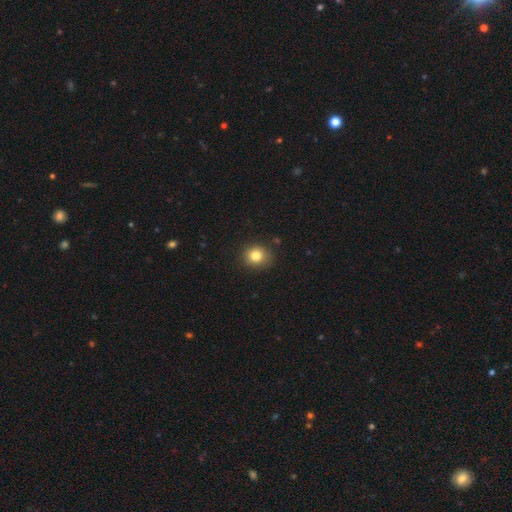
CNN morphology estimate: A smooth galaxy with no disk features (82%) that is round (84%).

Vote fractions:
- Smooth or featured? smooth: 82% / star or artifact: 11% / featured or disk: 7%
- How rounded? round: 84% / in between: 15% / cigar-shaped: 1%
- Merging? none: 87% / minor disturbance: 9% / major disturbance: 2% / merger: 1%